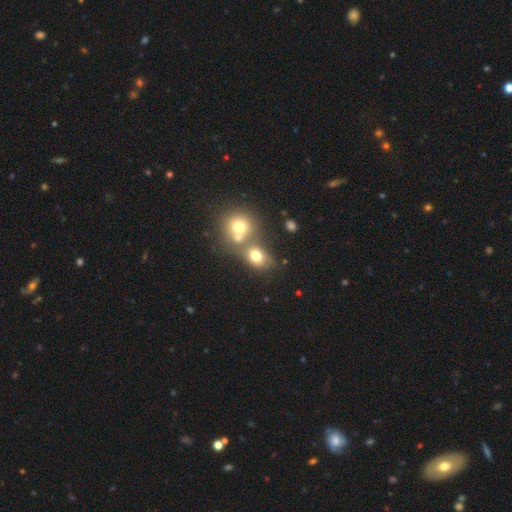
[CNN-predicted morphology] Smooth or featured? Predicted: smooth (p=0.72). How rounded? Predicted: round (p=0.51). Merging? Predicted: merger (p=0.46).